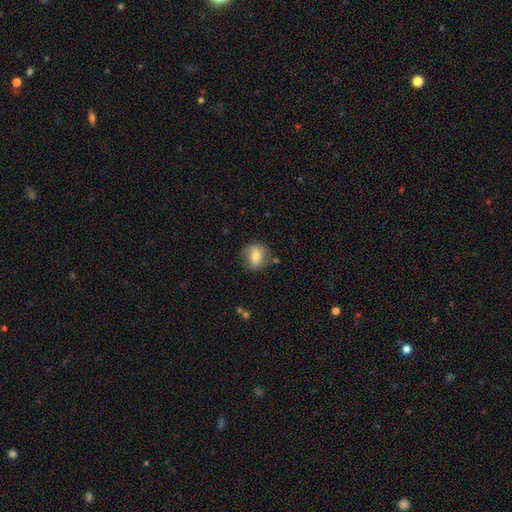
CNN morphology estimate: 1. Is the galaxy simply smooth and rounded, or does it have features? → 69% smooth, 22% featured or disk, 8% star or artifact.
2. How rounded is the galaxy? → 72% round, 27% in between, 1% cigar-shaped.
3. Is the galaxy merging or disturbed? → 75% none, 17% minor disturbance, 5% major disturbance, 3% merger.